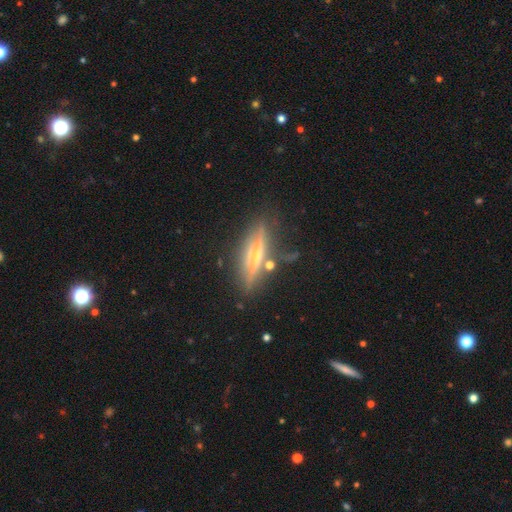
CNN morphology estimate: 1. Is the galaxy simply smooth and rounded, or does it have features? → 73% featured or disk, 19% smooth, 8% star or artifact.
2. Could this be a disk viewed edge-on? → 92% yes, 8% no.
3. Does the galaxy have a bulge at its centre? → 78% rounded, 15% none, 7% boxy.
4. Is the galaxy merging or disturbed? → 78% none, 14% minor disturbance, 4% merger, 4% major disturbance.